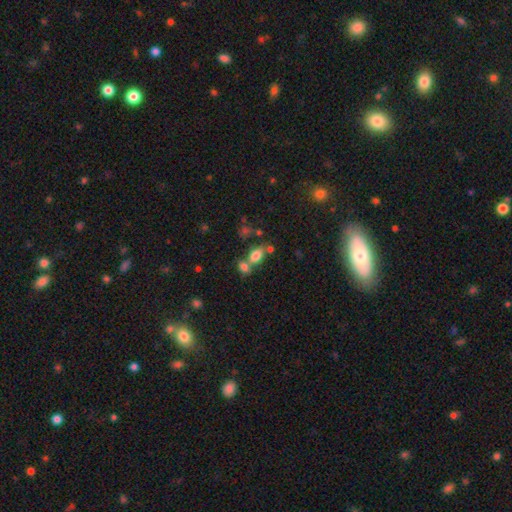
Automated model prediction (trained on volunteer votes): This appears to be a smooth galaxy with no disk features (77%) that is in between round and cigar-shaped (82%). Merging: merger (42%, tied with none).